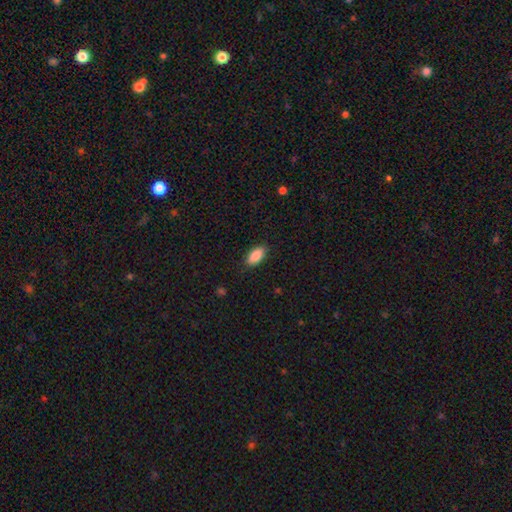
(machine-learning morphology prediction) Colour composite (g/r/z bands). It shows a smooth galaxy with no disk features (89%) that is in between round and cigar-shaped (90%). Merging: none (86%).